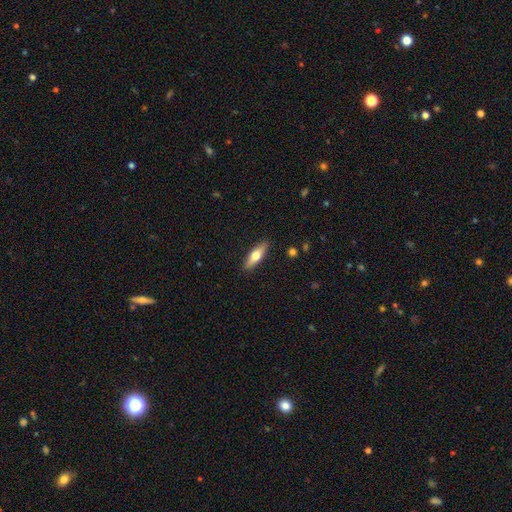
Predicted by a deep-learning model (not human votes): Q: Smooth or featured?
A: smooth (56%); runner-up: featured or disk (39%)
Q: How rounded?
A: cigar-shaped (53%); runner-up: in between (44%)
Q: Merging?
A: none (89%); runner-up: minor disturbance (8%)